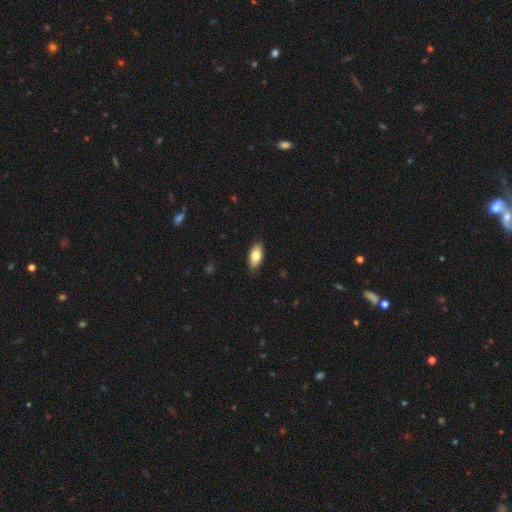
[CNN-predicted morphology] smooth 76%, featured or disk 17%, star or artifact 6%. Down the decision tree: how rounded — in between (88%); merging — none (87%).